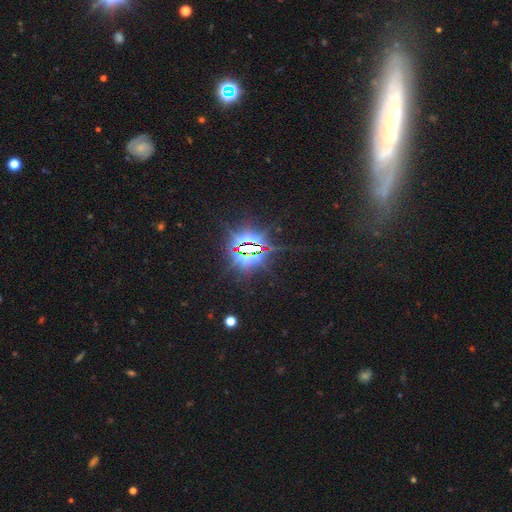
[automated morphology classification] star or artifact 57%, featured or disk 28%, smooth 15%.